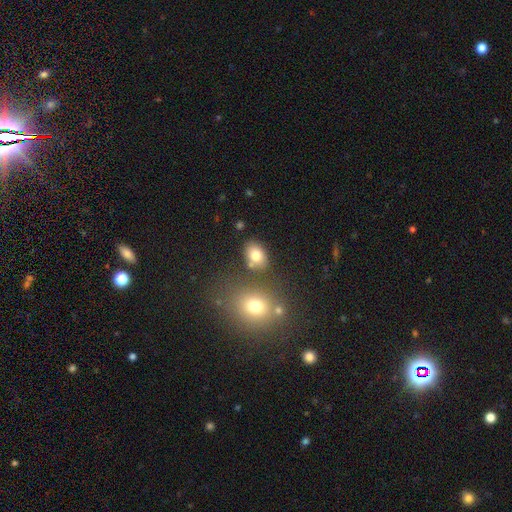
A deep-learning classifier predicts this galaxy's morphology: smooth_or_featured: smooth (p=0.78) [alt: star or artifact p=0.11]
how_rounded: in between (p=0.71) [alt: round p=0.28]
merging: none (p=0.72) [alt: minor disturbance p=0.12]